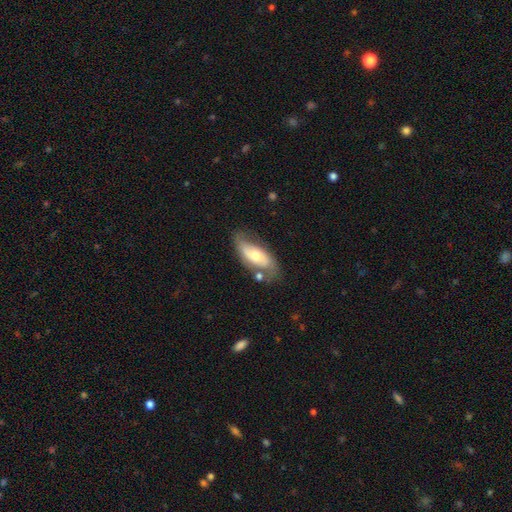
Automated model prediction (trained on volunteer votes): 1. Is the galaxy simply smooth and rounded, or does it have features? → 52% featured or disk, 42% smooth, 6% star or artifact.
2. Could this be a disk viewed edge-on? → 86% no, 14% yes.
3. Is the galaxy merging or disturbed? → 57% none, 24% minor disturbance, 9% major disturbance, 9% merger.